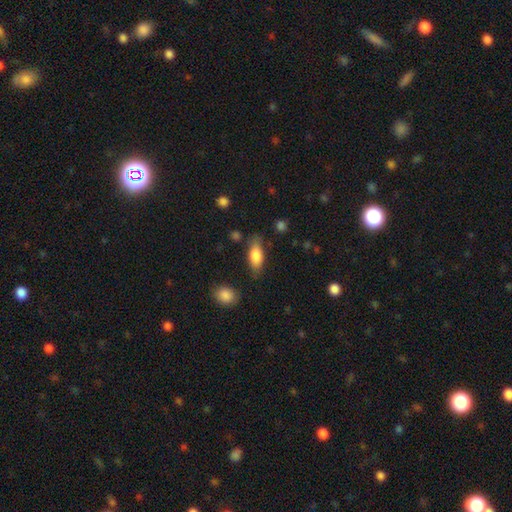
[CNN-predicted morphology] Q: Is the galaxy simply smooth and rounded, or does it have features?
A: smooth — 78%.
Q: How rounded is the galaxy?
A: in between — 80%.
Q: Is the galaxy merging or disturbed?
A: none — 73%.